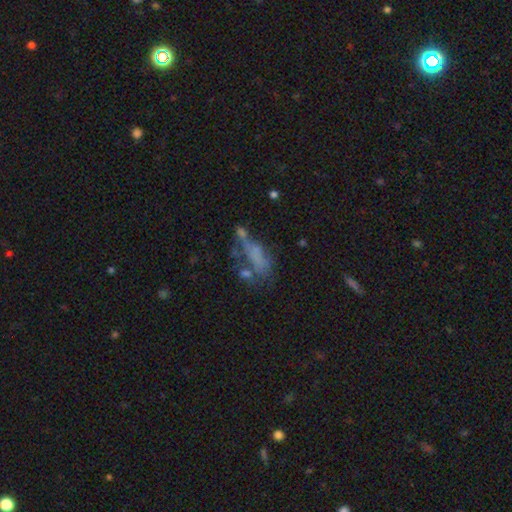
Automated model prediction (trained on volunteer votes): The model was most divided on "merging" (2-way tie): none: 30%, major disturbance: 30%, merger: 21%, minor disturbance: 18%. Remaining: smooth or featured — smooth (41%).